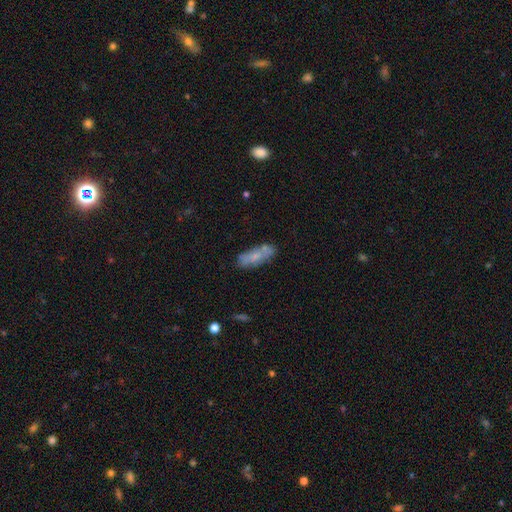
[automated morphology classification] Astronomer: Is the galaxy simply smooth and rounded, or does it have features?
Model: smooth — 61%.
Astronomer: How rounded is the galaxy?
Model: in between — 51% (runner-up: cigar-shaped, 47%).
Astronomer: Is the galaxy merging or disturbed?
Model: none — 68%.